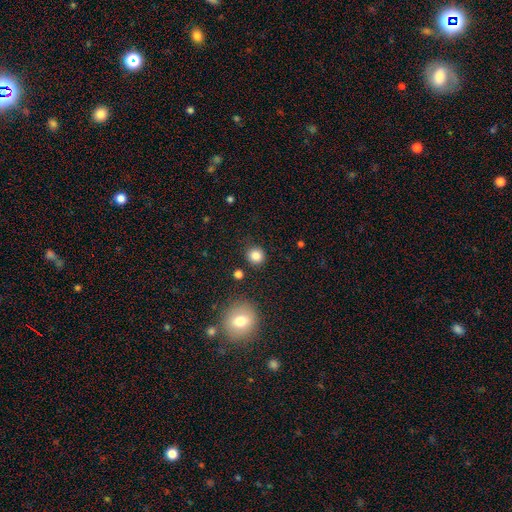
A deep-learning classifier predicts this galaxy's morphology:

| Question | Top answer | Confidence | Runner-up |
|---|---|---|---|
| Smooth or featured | smooth | 84% | star or artifact (11%) |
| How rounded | round | 90% | in between (9%) |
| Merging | none | 87% | minor disturbance (8%) |